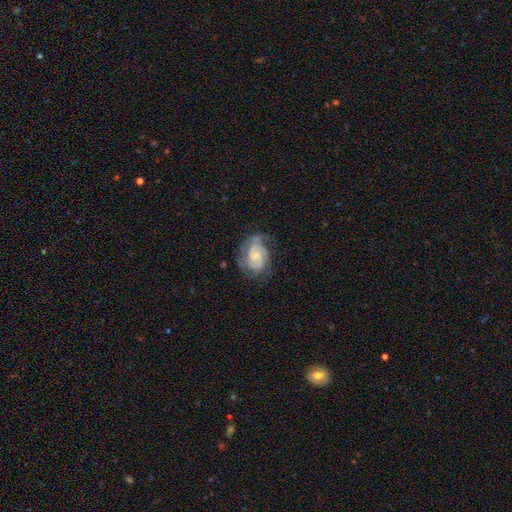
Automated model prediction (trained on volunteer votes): This appears to be a featured or disk galaxy (80%) with no bar (59%), 2 (55%) tight (49%) spiral arms (94%) and a small central bulge (59%). Merging: none (58%).